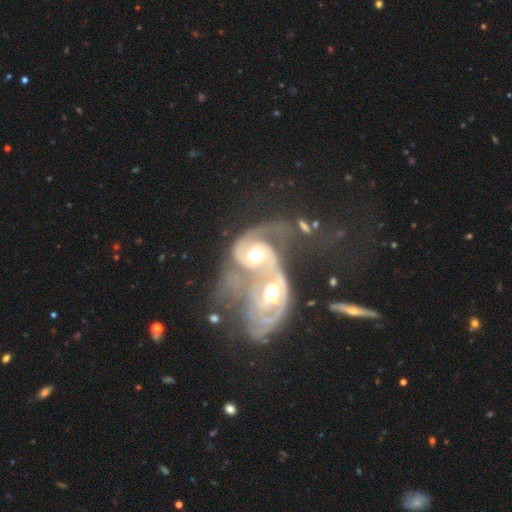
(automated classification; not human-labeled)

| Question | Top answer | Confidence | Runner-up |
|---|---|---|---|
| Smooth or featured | featured or disk | 85% | smooth (10%) |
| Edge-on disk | no | 97% | yes (3%) |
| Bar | no | 60% | weak (29%) |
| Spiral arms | yes | 93% | no (7%) |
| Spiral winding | medium | 46% | tight (32%) |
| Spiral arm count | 2 | 78% | can't tell (10%) |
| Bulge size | moderate | 66% | large (23%) |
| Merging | merger | 84% | major disturbance (7%) |